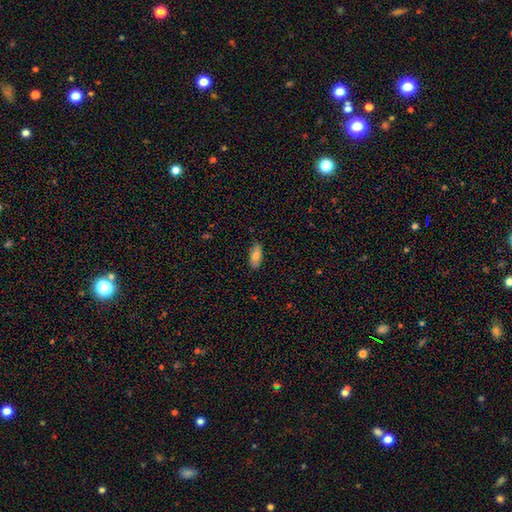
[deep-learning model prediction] smooth_or_featured: smooth (p=0.79) [alt: featured or disk p=0.14]
how_rounded: in between (p=0.86) [alt: cigar-shaped p=0.12]
merging: none (p=0.84) [alt: minor disturbance p=0.12]